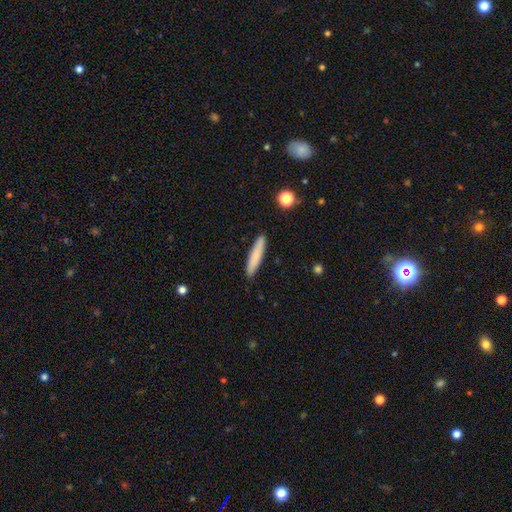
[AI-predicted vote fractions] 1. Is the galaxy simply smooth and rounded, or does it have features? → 79% smooth, 15% featured or disk, 6% star or artifact.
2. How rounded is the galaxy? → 91% cigar-shaped, 8% in between, 1% round.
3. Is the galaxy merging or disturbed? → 89% none, 8% minor disturbance, 2% major disturbance, 1% merger.